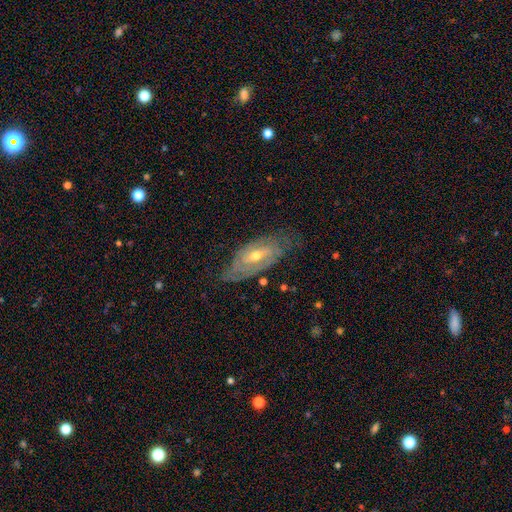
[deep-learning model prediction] smooth-or-featured: featured or disk: 78% | smooth: 16% | star or artifact: 6%
  disk-edge-on: no: 89% | yes: 11%
    bar: weak: 43% | no: 40% | strong: 17%
    has-spiral-arms: yes: 87% | no: 13%
      spiral-winding: tight: 59% | medium: 31% | loose: 11%
      spiral-arm-count: 2: 47% | can't tell: 35% | 3: 8% | 1: 4% | 4: 3% | more than 4: 2%
    bulge-size: moderate: 58% | small: 38% | large: 2% | none: 1% | dominant: 1%
  merging: none: 65% | minor disturbance: 24% | major disturbance: 9% | merger: 2%